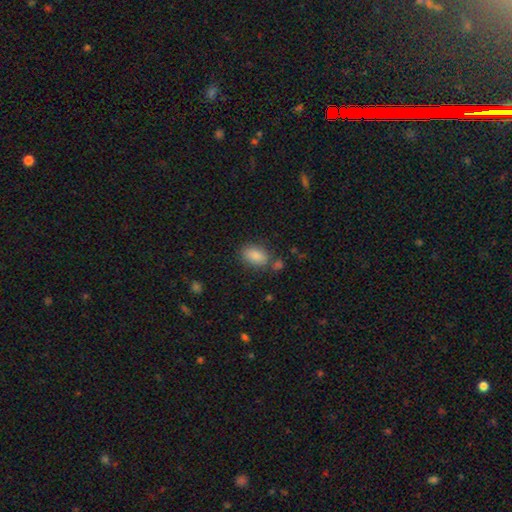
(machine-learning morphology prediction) This is clearly a smooth galaxy (87%). How rounded: clearly in between (89%). Merging: likely none (72%).